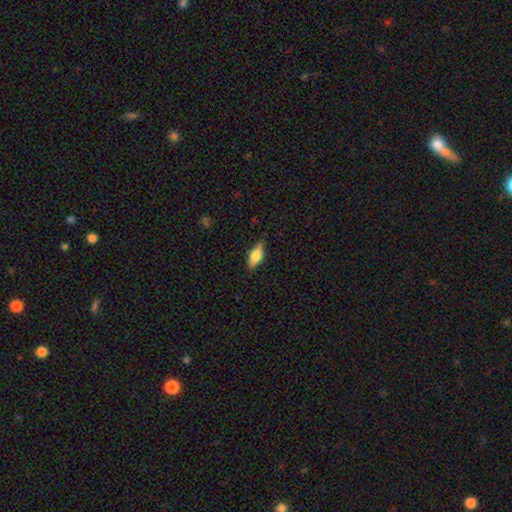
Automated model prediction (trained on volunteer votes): Q: Smooth or featured?
A: smooth (60%); runner-up: featured or disk (33%)
Q: How rounded?
A: in between (76%); runner-up: cigar-shaped (20%)
Q: Merging?
A: none (83%); runner-up: minor disturbance (13%)